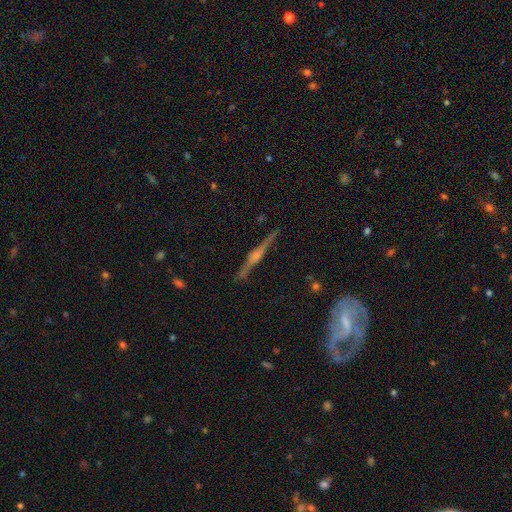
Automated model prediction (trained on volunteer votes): Smooth or featured? featured or disk (82%)
Edge-on disk? yes (97%)
Edge-on bulge? rounded (76%)
Merging? none (88%)